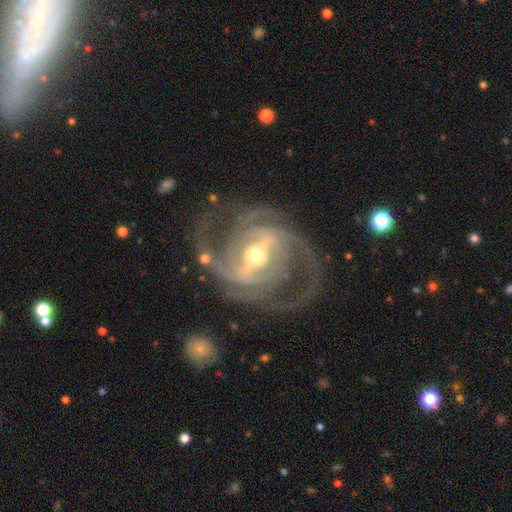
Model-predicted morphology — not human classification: featured or disk 91%, star or artifact 5%, smooth 4%. Down the decision tree: edge-on disk — no (96%); bar — strong (63%); spiral arms — yes (96%); spiral arm count — 2 (54%); spiral winding — medium (46%); bulge size — moderate (58%); merging — none (70%).